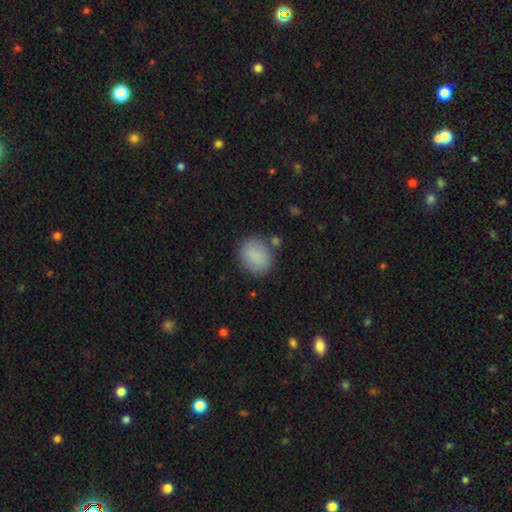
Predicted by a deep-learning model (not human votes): smooth-or-featured: smooth: 86% | star or artifact: 7% | featured or disk: 7%
  how-rounded: round: 62% | in between: 37% | cigar-shaped: 1%
  merging: none: 79% | minor disturbance: 13% | merger: 4% | major disturbance: 4%